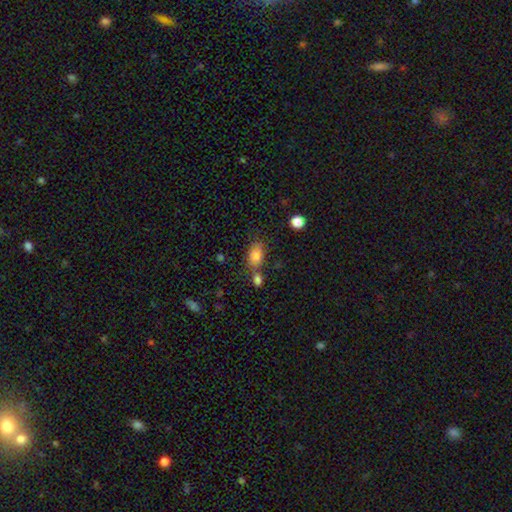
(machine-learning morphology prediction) A smooth galaxy with no disk features (83%) that is in between round and cigar-shaped (84%).

Vote fractions:
- Smooth or featured? smooth: 83% / star or artifact: 9% / featured or disk: 7%
- How rounded? in between: 84% / round: 14% / cigar-shaped: 2%
- Merging? none: 55% / merger: 24% / minor disturbance: 16% / major disturbance: 6%